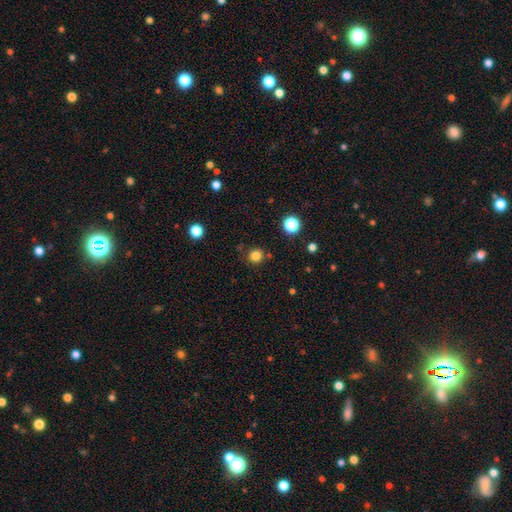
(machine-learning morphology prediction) This appears to be a smooth galaxy with no disk features (81%) that is round (92%). Merging: none (85%).